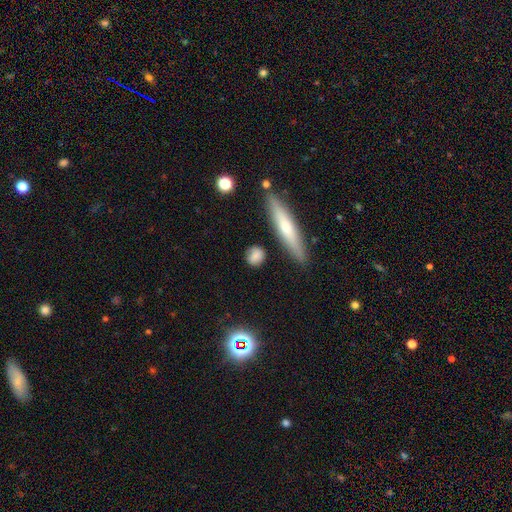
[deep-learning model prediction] This is likely a smooth galaxy (78%). How rounded: likely round (65%). Merging: clearly none (81%).